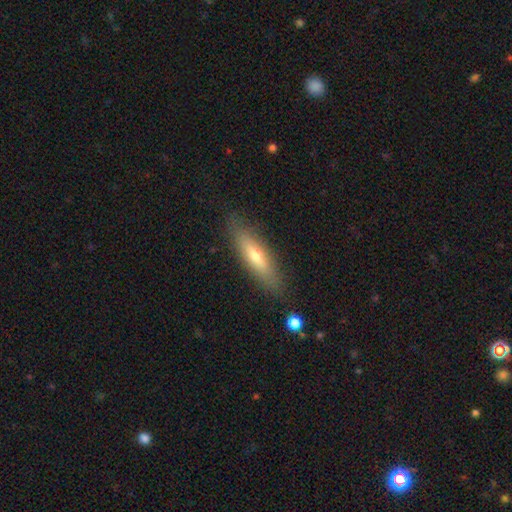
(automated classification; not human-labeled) Smooth or featured: smooth — 60% (featured or disk — 34%)
How rounded: cigar-shaped — 67% (in between — 31%)
Merging: none — 84% (minor disturbance — 11%)